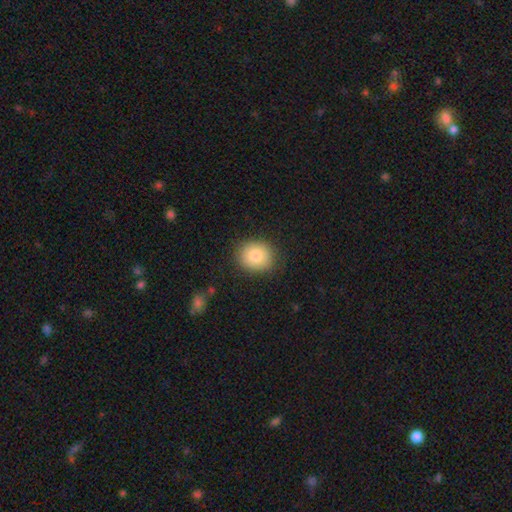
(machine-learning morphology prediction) smooth-or-featured: smooth: 83% | star or artifact: 9% | featured or disk: 8%
  how-rounded: round: 73% | in between: 26% | cigar-shaped: 1%
  merging: none: 86% | minor disturbance: 10% | major disturbance: 3% | merger: 1%